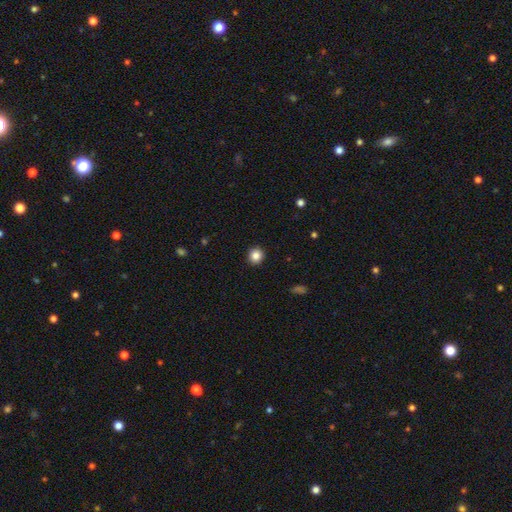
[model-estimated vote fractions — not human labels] Smooth or featured?
  - smooth: 85% *
  - star or artifact: 11%
  - featured or disk: 4%
How rounded?
  - round: 93% *
  - in between: 7%
  - cigar-shaped: 1%
Merging?
  - none: 93% *
  - minor disturbance: 5%
  - major disturbance: 2%
  - merger: 1%